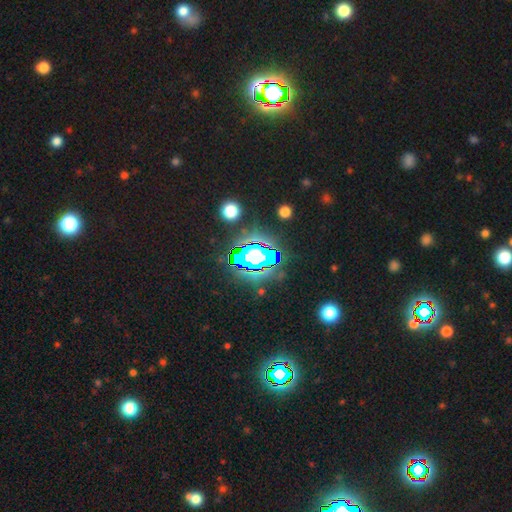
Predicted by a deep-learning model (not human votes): Smooth or featured? Predicted: star or artifact (p=0.69).